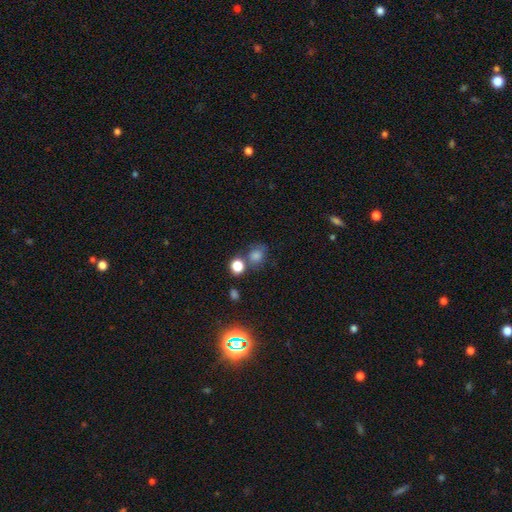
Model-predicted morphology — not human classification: type=smooth (65%); roundness=round (68%); merging=none (61%).